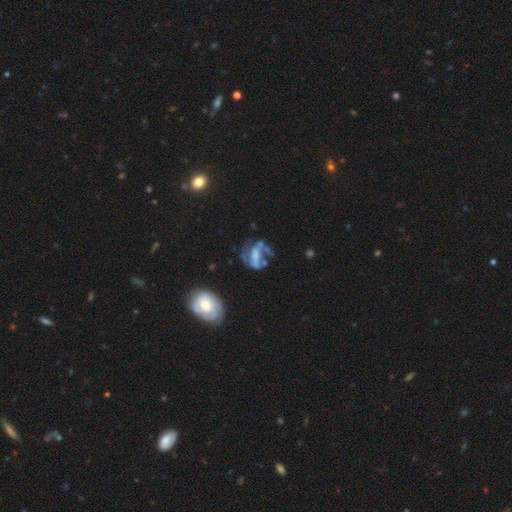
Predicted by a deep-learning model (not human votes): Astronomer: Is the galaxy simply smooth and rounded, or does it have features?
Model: featured or disk — 67%.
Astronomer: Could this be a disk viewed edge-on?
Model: no — 94%.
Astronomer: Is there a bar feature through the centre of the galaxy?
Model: strong — 39% (runner-up: no, 33%).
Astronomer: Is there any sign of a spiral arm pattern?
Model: yes — 62% (runner-up: no, 38%).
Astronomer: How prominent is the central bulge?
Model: none — 44% (runner-up: moderate, 21%).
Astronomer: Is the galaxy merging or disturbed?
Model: none — 36% (runner-up: major disturbance, 33%).